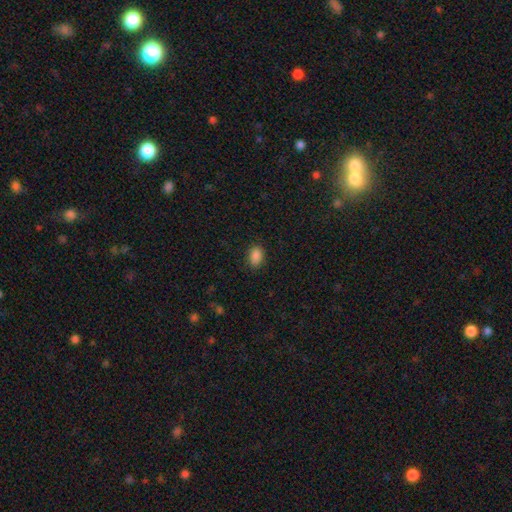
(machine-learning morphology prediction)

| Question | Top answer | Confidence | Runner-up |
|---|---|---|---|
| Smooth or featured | smooth | 87% | star or artifact (9%) |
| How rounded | in between | 85% | round (13%) |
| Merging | none | 87% | minor disturbance (10%) |